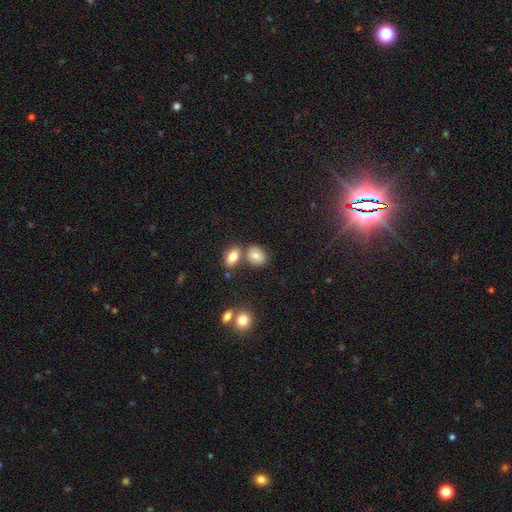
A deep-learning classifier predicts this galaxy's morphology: Smooth or featured? Predicted: smooth (p=0.79). How rounded? Predicted: in between (p=0.66). Merging? Predicted: none (p=0.62).